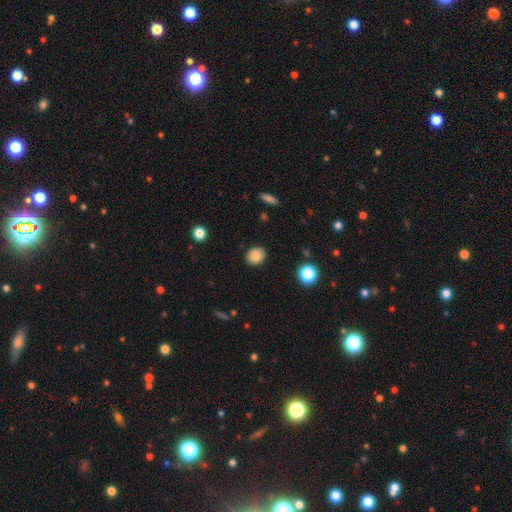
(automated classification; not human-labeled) A smooth galaxy with no disk features (85%) that is round (58%).

Vote fractions:
- Smooth or featured? smooth: 85% / star or artifact: 9% / featured or disk: 6%
- How rounded? round: 58% / in between: 41% / cigar-shaped: 1%
- Merging? none: 89% / minor disturbance: 8% / major disturbance: 2% / merger: 1%